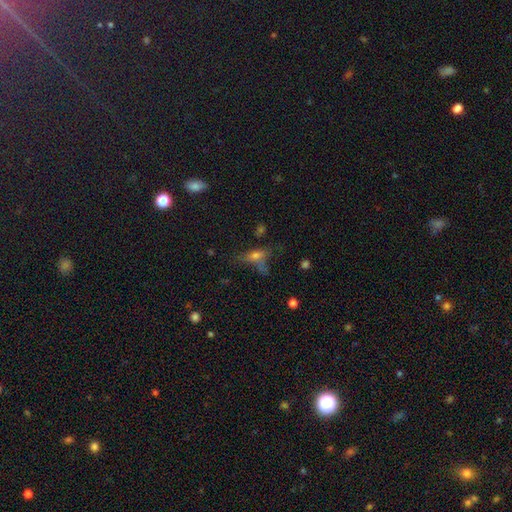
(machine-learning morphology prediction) smooth-or-featured: smooth: 49% | featured or disk: 30% | star or artifact: 21%
  merging: none: 41% | major disturbance: 26% | minor disturbance: 20% | merger: 12%